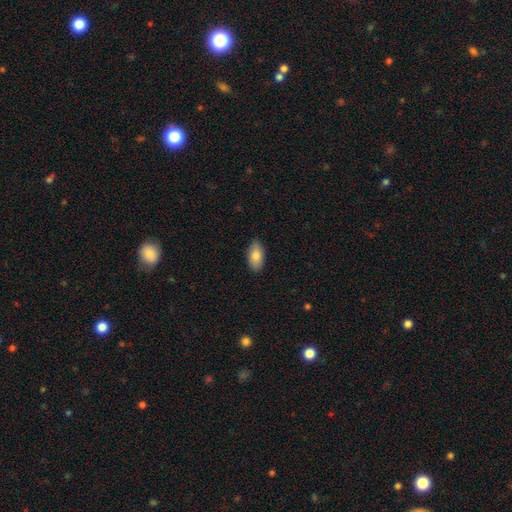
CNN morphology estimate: A smooth galaxy with no disk features (82%) that is in between round and cigar-shaped (93%).

Vote fractions:
- Smooth or featured? smooth: 82% / featured or disk: 11% / star or artifact: 6%
- How rounded? in between: 93% / cigar-shaped: 4% / round: 3%
- Merging? none: 86% / minor disturbance: 11% / major disturbance: 2% / merger: 1%